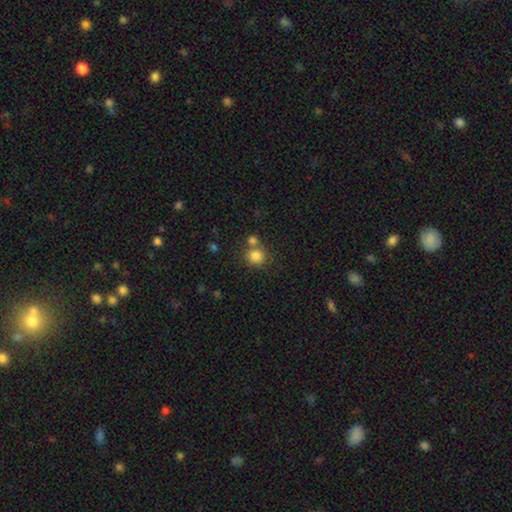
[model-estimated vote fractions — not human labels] Overall: smooth (83%). How rounded: round (88%). Merging: none (60%; merger 28%).